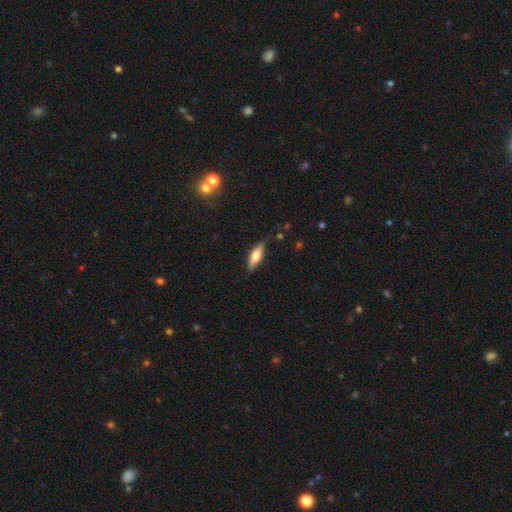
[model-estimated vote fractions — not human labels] Smooth or featured? Predicted: smooth (p=0.62). How rounded? Predicted: in between (p=0.50). Merging? Predicted: none (p=0.84).